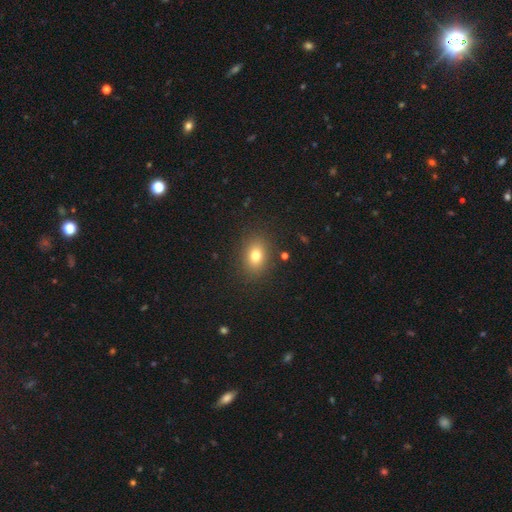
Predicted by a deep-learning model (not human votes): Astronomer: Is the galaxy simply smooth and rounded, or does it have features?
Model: smooth — 77%.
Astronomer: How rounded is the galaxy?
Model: in between — 61% (runner-up: round, 37%).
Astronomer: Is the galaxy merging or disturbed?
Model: none — 87%.